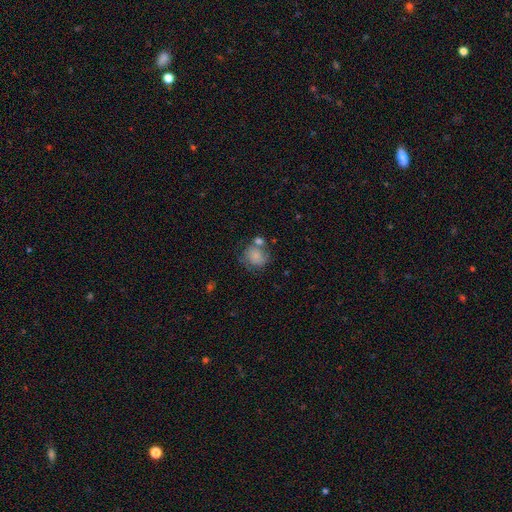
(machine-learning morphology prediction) Smooth or featured: smooth — 75% (featured or disk — 16%)
How rounded: round — 76% (in between — 23%)
Merging: none — 46% (merger — 23%)